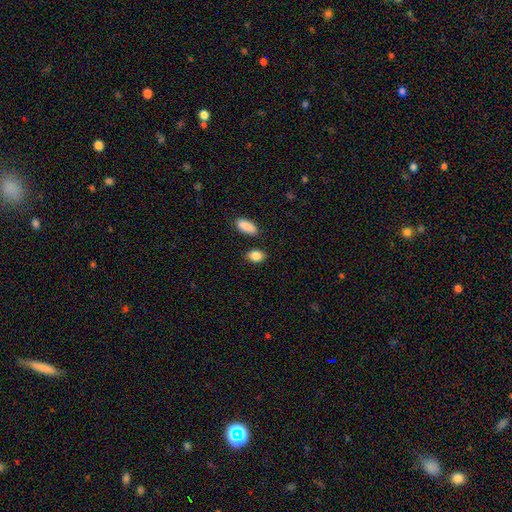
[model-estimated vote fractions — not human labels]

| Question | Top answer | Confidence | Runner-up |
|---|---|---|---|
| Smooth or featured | smooth | 88% | star or artifact (8%) |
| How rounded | in between | 78% | round (20%) |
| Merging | none | 81% | minor disturbance (11%) |